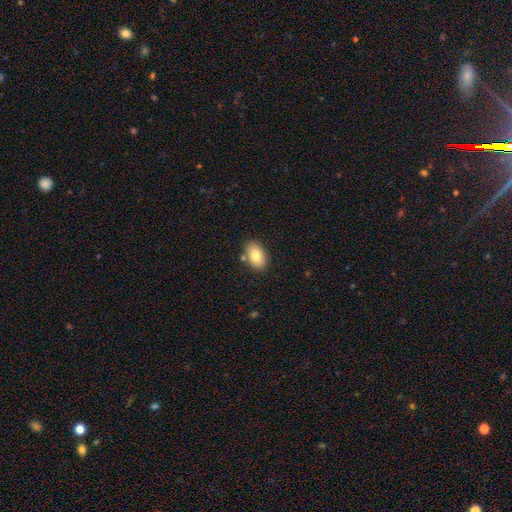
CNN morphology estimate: The model was most divided on "merging": none: 80%, minor disturbance: 12%, merger: 5%, major disturbance: 3%. More confident: how rounded — in between (87%); smooth or featured — smooth (81%).